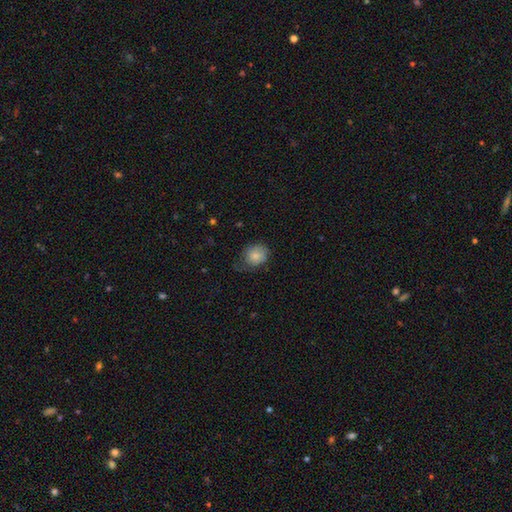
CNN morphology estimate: A smooth galaxy with no disk features (77%) that is round (57%). Merging: none (48%).